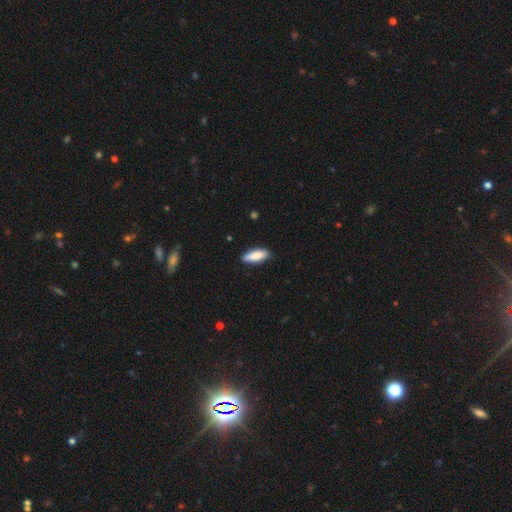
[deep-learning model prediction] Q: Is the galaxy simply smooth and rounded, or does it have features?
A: smooth — 83%.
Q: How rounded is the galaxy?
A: in between — 57%.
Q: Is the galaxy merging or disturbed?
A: none — 89%.